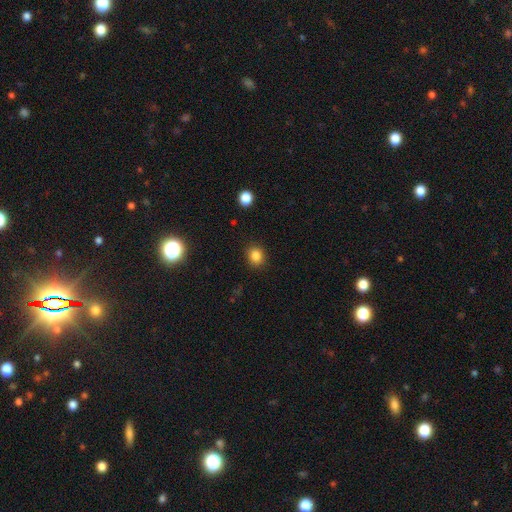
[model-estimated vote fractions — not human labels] smooth_or_featured: smooth (p=0.84) [alt: star or artifact p=0.12]
how_rounded: round (p=0.75) [alt: in between p=0.24]
merging: none (p=0.89) [alt: minor disturbance p=0.08]